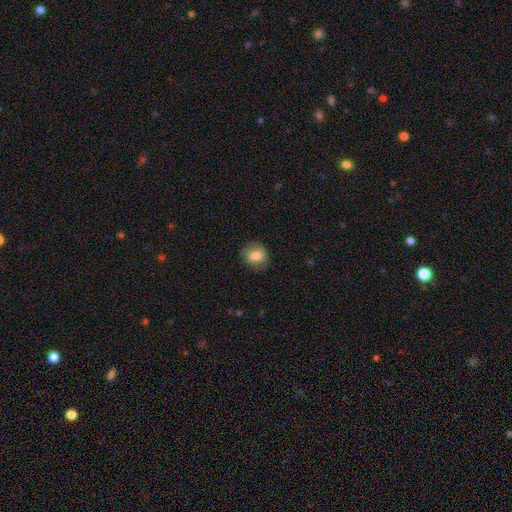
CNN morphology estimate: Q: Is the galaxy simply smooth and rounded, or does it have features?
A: smooth — 58%.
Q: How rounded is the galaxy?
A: round — 60%.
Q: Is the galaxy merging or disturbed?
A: none — 75%.